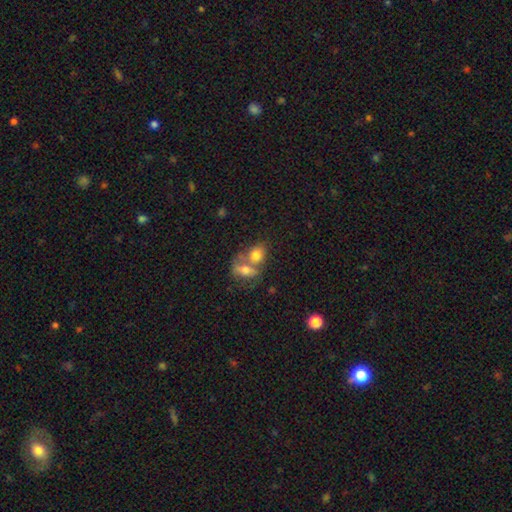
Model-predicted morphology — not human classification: type=smooth (74%); roundness=in between (63%); merging=merger (59%).